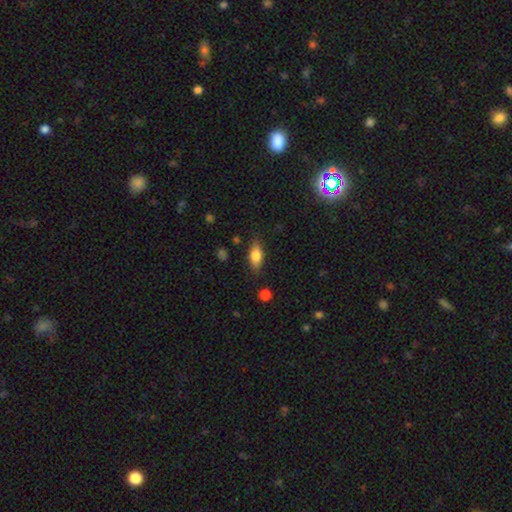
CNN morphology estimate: This appears to be a smooth galaxy with no disk features (76%) that is in between round and cigar-shaped (82%). Merging: none (81%).